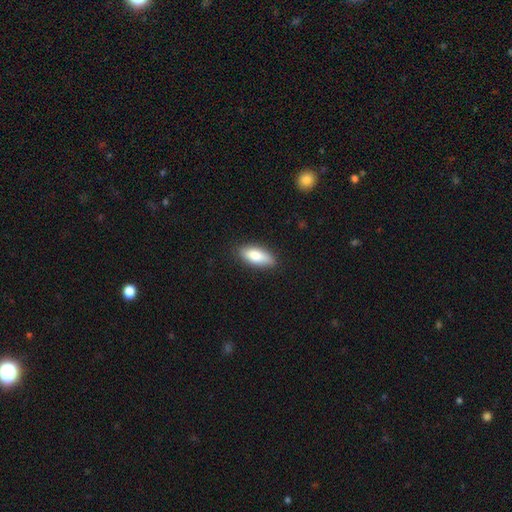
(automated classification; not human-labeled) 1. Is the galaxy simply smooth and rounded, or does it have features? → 82% smooth, 12% featured or disk, 6% star or artifact.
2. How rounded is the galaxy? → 78% in between, 20% cigar-shaped, 2% round.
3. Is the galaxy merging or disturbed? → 85% none, 12% minor disturbance, 2% major disturbance, 1% merger.